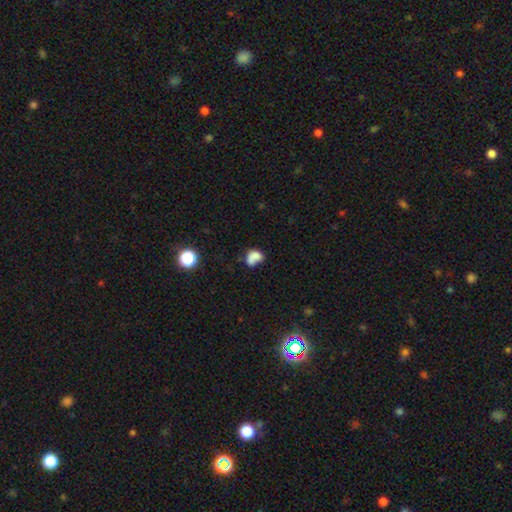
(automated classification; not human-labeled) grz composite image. It shows a smooth galaxy with no disk features (68%) that is in between round and cigar-shaped (63%). Merging: merger (33%).